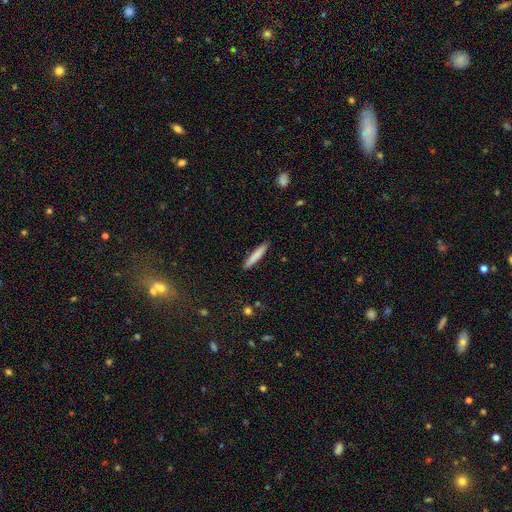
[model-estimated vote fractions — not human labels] Smooth or featured?
  - smooth: 80% *
  - featured or disk: 14%
  - star or artifact: 6%
How rounded?
  - cigar-shaped: 92% *
  - in between: 7%
  - round: 1%
Merging?
  - none: 89% *
  - minor disturbance: 8%
  - major disturbance: 2%
  - merger: 1%